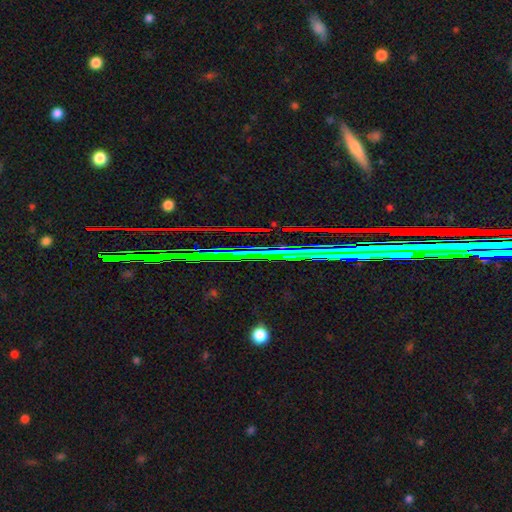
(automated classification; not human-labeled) This appears to be a star or artifact, not a galaxy (80%).